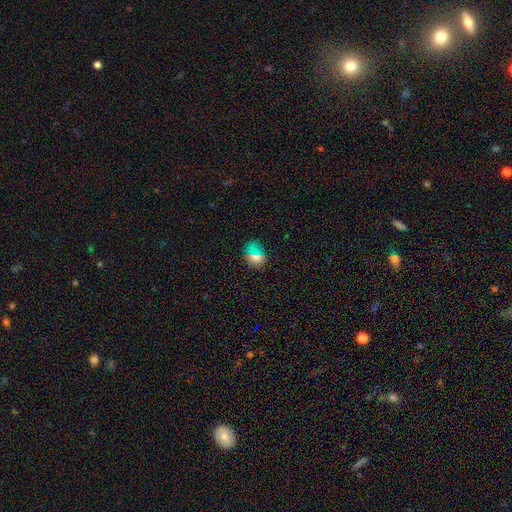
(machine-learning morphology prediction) A smooth galaxy with no disk features (66%) that is in between round and cigar-shaped (49%).

Vote fractions:
- Smooth or featured? smooth: 66% / star or artifact: 23% / featured or disk: 11%
- How rounded? in between: 49% / round: 48% / cigar-shaped: 3%
- Merging? none: 77% / minor disturbance: 14% / major disturbance: 5% / merger: 3%